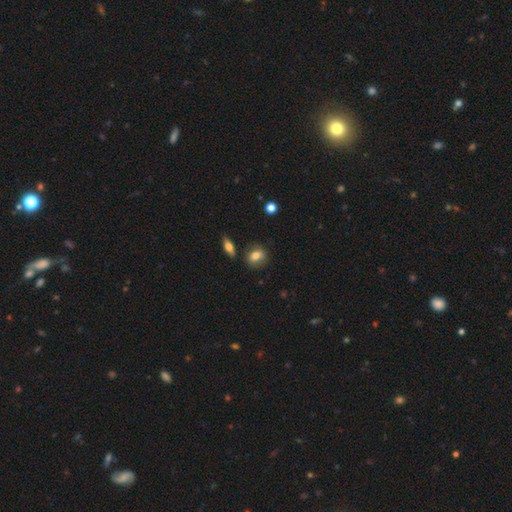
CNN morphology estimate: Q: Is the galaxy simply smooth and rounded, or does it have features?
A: smooth — 77%.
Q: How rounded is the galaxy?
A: in between — 49%.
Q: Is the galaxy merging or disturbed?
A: none — 79%.